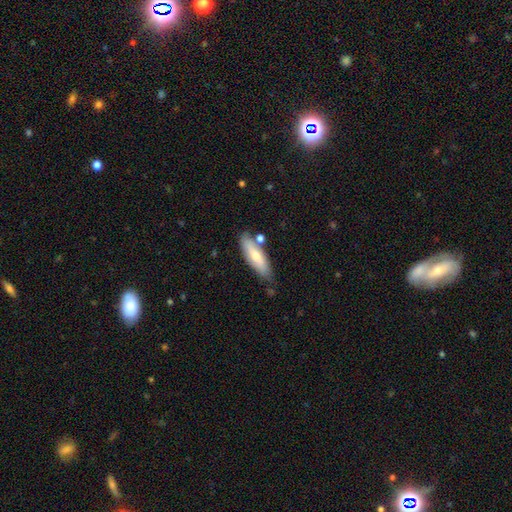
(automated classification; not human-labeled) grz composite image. It shows a smooth galaxy with no disk features (63%) that is cigar-shaped (50%). Merging: none (72%).